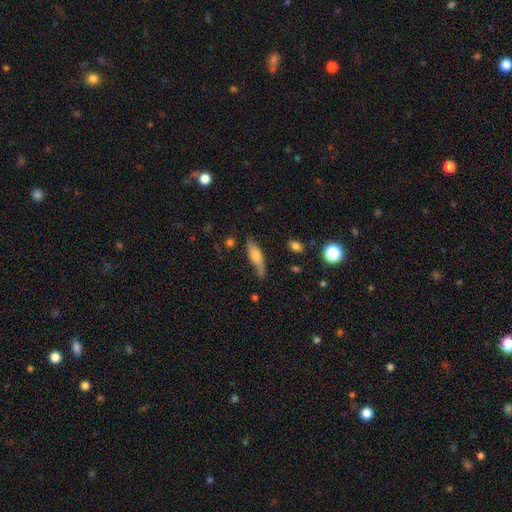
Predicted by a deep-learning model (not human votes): Overall: smooth (61%; featured or disk 32%). How rounded: cigar-shaped (57%; in between 41%). Merging: none (63%; minor disturbance 27%).